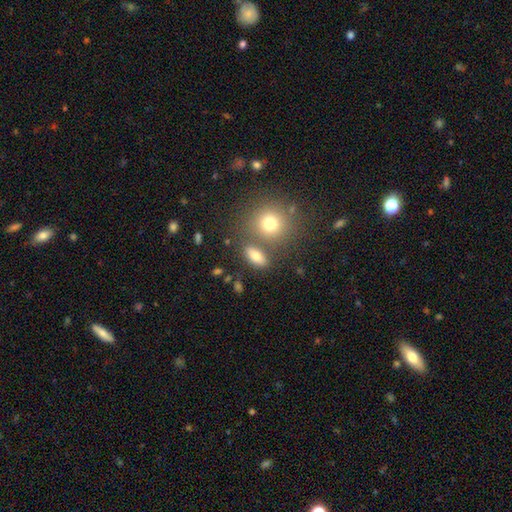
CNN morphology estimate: Smooth or featured: smooth — 77% (star or artifact — 12%)
How rounded: in between — 75% (round — 15%)
Merging: none — 71% (merger — 14%)